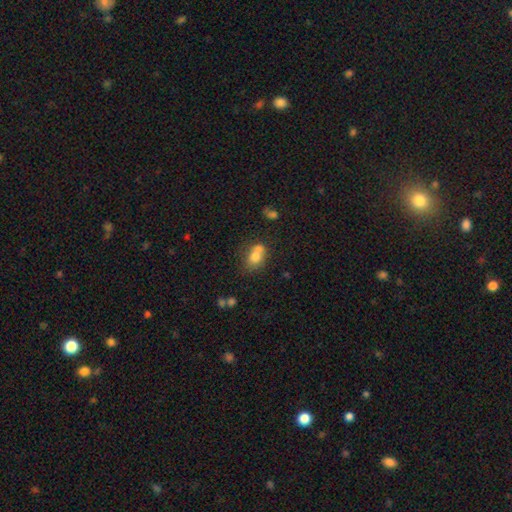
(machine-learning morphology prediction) The model was most divided on "how rounded": in between: 50%, round: 49%, cigar-shaped: 1%. Remaining: smooth or featured — smooth (72%); merging — merger (49%).